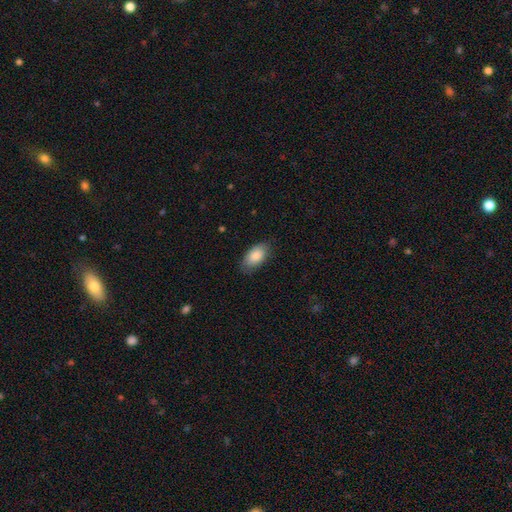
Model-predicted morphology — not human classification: Smooth or featured? smooth (85%)
How rounded? in between (94%)
Merging? none (81%)